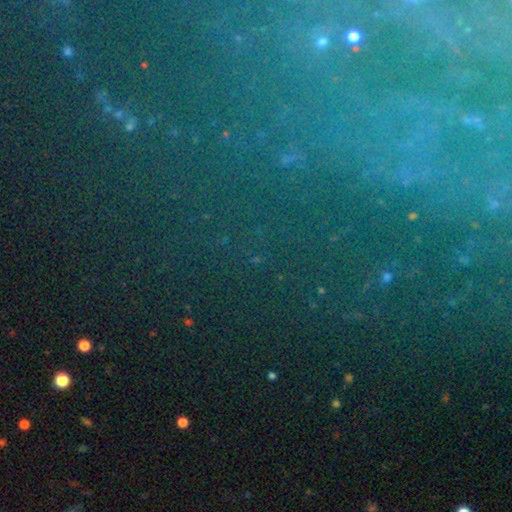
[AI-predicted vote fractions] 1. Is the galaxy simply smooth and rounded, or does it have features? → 61% star or artifact, 23% featured or disk, 15% smooth.